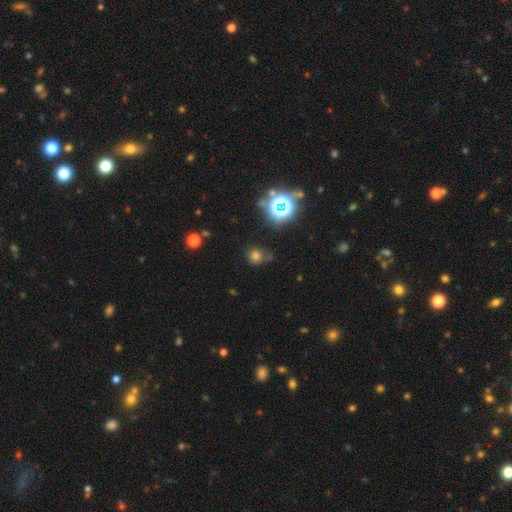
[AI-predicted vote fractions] Smooth or featured? smooth (65%)
How rounded? round (81%)
Merging? none (62%)